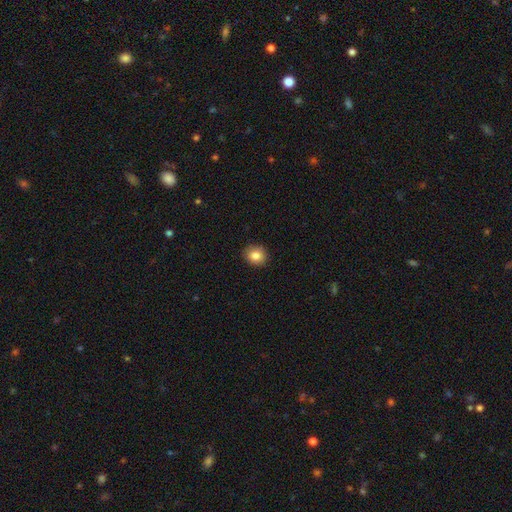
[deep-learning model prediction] Smooth or featured? smooth (84%)
How rounded? round (79%)
Merging? none (90%)